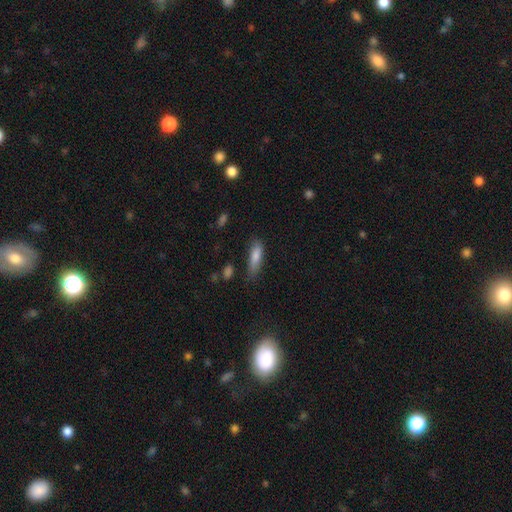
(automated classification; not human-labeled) Overall: smooth (79%). How rounded: cigar-shaped (60%; in between 38%). Merging: none (65%; minor disturbance 25%).